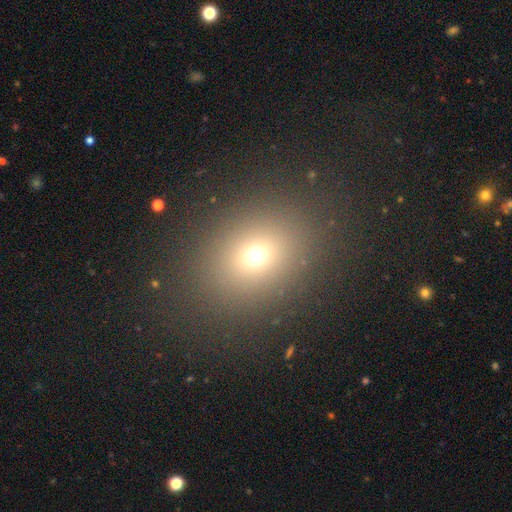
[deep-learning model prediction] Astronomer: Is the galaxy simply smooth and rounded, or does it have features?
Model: smooth — 68%.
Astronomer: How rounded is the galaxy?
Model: round — 59% (runner-up: in between, 40%).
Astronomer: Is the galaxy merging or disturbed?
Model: none — 86%.